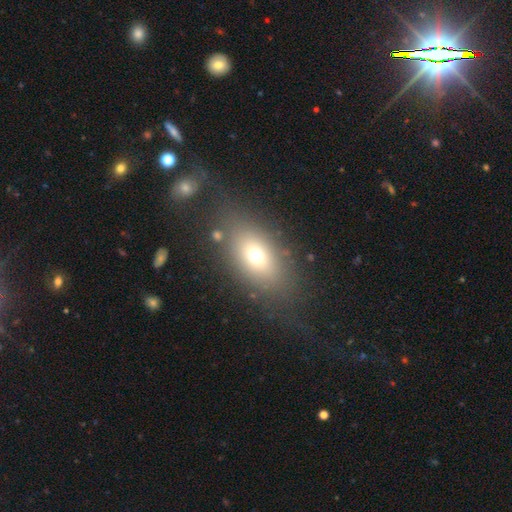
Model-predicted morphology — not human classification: smooth 67%, featured or disk 19%, star or artifact 14%. Down the decision tree: how rounded — in between (77%); merging — none (72%).